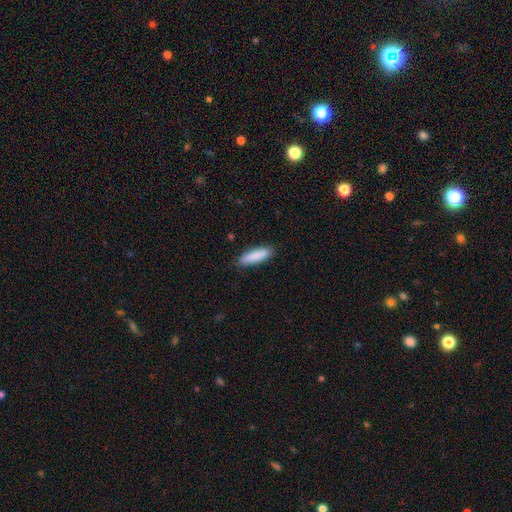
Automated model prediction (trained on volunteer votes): Morphology: type=smooth (88%); roundness=cigar-shaped (62%); merging=none (87%).